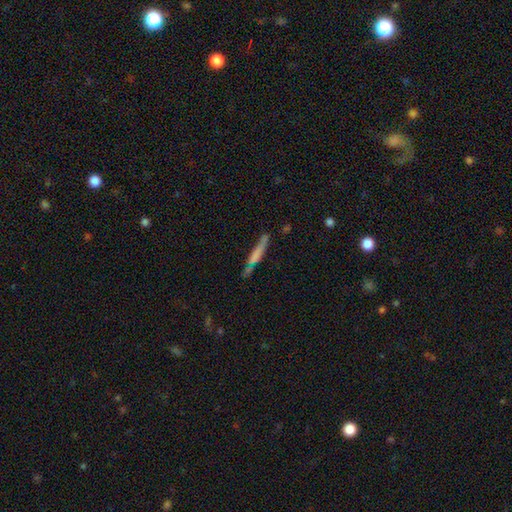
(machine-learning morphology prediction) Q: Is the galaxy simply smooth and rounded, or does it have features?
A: smooth — 56%.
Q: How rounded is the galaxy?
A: cigar-shaped — 92%.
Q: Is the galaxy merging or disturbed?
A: none — 59%.